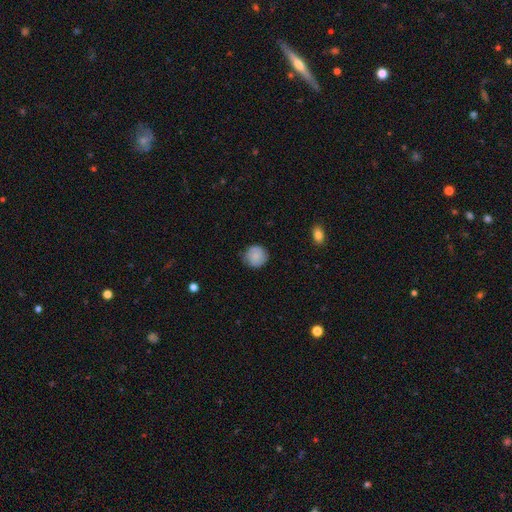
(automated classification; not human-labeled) A smooth galaxy with no disk features (82%) that is round (92%). Merging: none (81%).